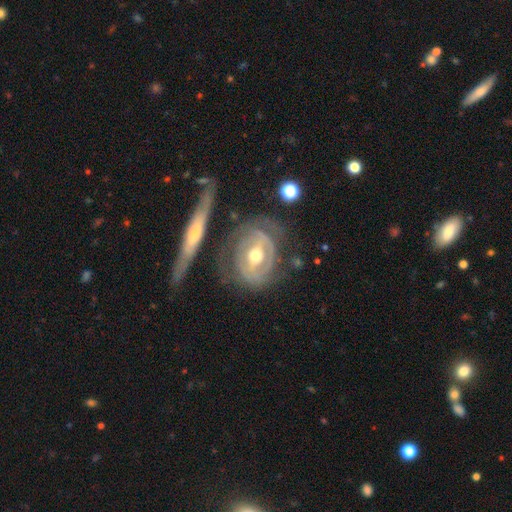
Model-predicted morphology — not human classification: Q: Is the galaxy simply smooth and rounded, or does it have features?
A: featured or disk — 77%.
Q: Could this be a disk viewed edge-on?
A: no — 92%.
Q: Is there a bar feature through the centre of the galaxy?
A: weak — 37%.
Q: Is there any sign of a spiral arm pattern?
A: yes — 69%.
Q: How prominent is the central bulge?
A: moderate — 74%.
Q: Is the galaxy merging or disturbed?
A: none — 54%.